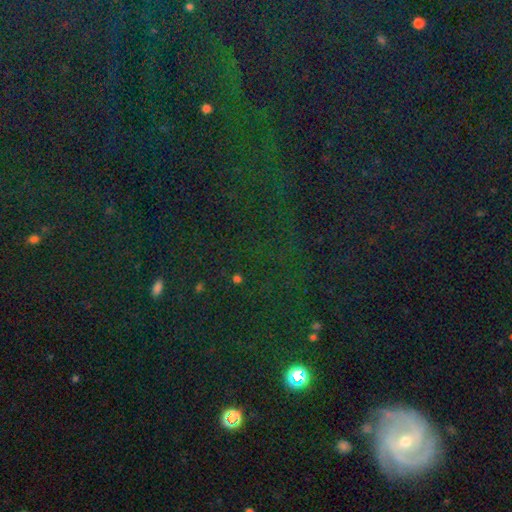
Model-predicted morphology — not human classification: Overall: star or artifact (67%).